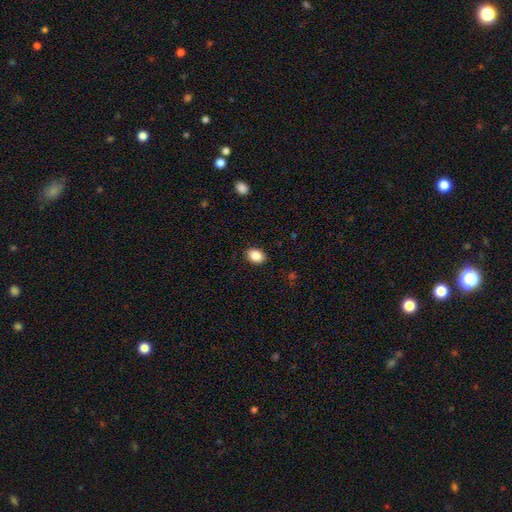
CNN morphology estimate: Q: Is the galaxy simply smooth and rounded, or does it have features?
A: smooth — 88%.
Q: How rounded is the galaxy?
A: in between — 79%.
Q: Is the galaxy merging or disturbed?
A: none — 89%.